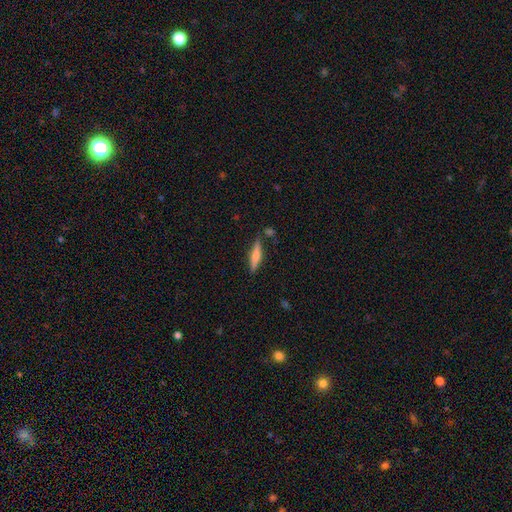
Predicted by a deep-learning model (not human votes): Morphology: type=smooth (51%); roundness=cigar-shaped (82%); merging=none (79%).